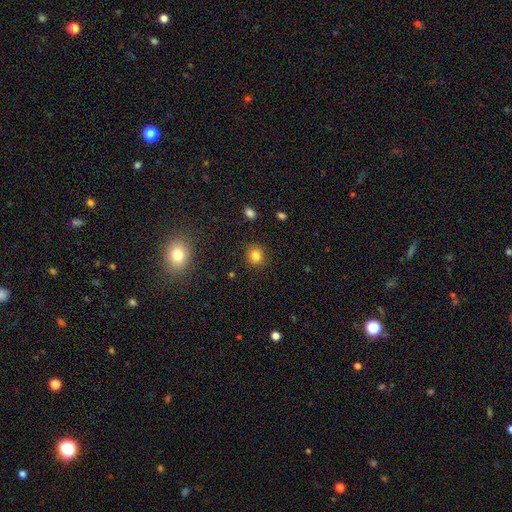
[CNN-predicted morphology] smooth-or-featured: smooth: 82% | star or artifact: 12% | featured or disk: 6%
  how-rounded: round: 84% | in between: 15% | cigar-shaped: 1%
  merging: none: 89% | minor disturbance: 7% | major disturbance: 2% | merger: 1%